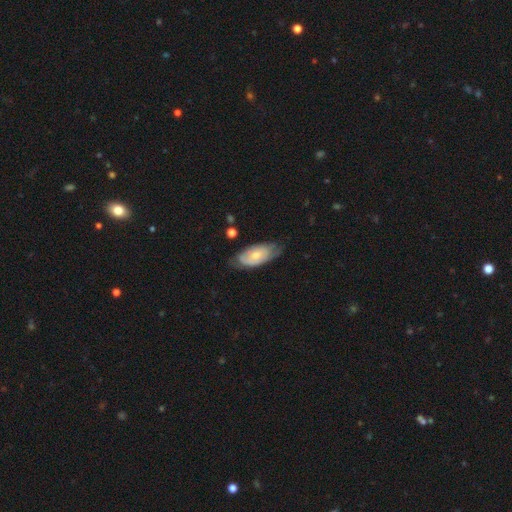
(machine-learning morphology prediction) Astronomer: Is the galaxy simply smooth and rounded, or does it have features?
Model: smooth — 49% (runner-up: featured or disk, 45%).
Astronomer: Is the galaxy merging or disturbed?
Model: none — 57% (runner-up: minor disturbance, 33%).